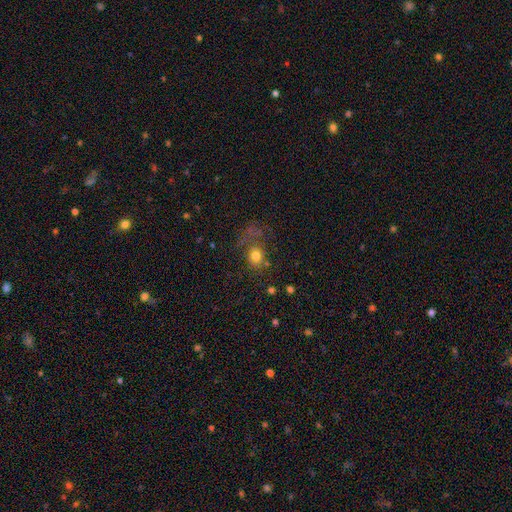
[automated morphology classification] Smooth or featured? smooth (74%)
How rounded? round (64%)
Merging? none (50%)